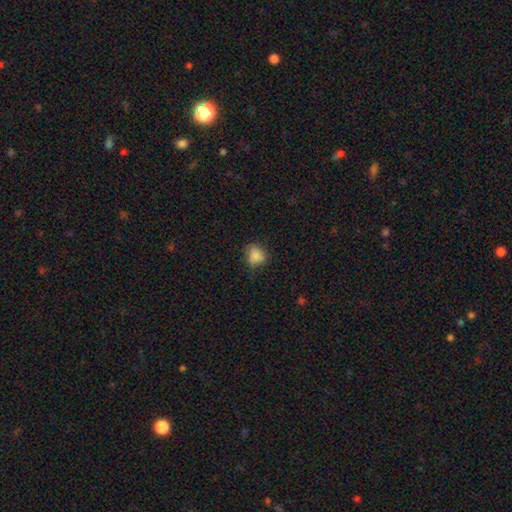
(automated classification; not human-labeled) smooth 83%, star or artifact 10%, featured or disk 7%. Down the decision tree: how rounded — round (58%); merging — none (65%).